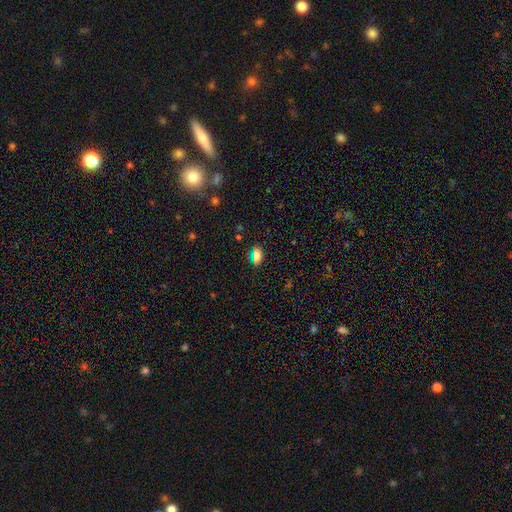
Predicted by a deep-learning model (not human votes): Morphology: type=smooth (73%); roundness=in between (78%); merging=none (82%).